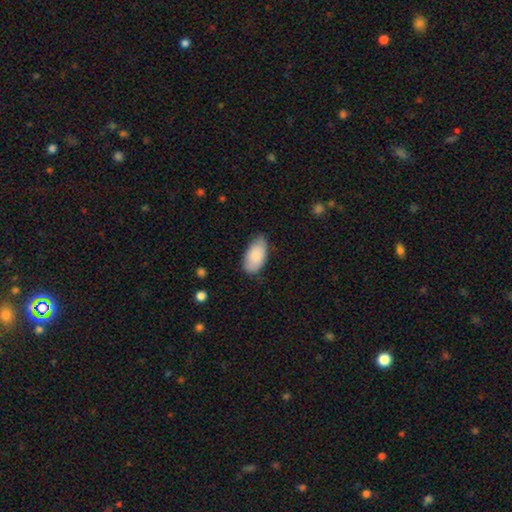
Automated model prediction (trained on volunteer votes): This appears to be a smooth galaxy with no disk features (87%) that is in between round and cigar-shaped (95%). Merging: none (72%).